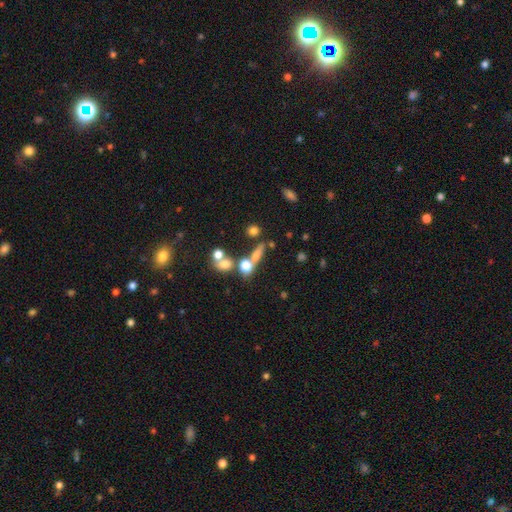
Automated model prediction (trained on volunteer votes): Smooth or featured?
  - smooth: 60% *
  - star or artifact: 20%
  - featured or disk: 20%
How rounded?
  - round: 40% *
  - cigar-shaped: 30%
  - in between: 30%
Merging?
  - none: 48% *
  - merger: 32%
  - minor disturbance: 12%
  - major disturbance: 8%